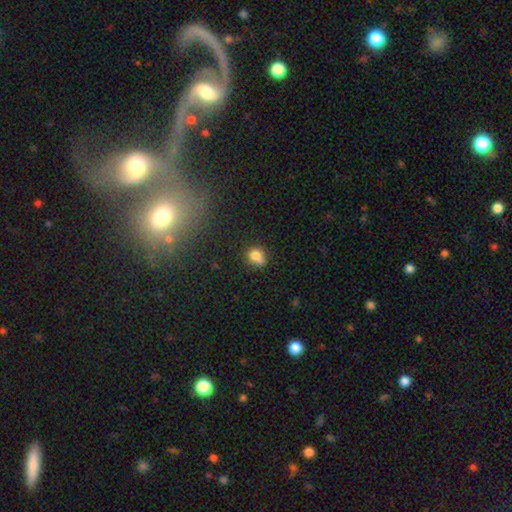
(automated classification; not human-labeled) smooth-or-featured: smooth: 76% | featured or disk: 12% | star or artifact: 12%
  how-rounded: round: 63% | in between: 36% | cigar-shaped: 1%
  merging: none: 42% | merger: 31% | minor disturbance: 20% | major disturbance: 8%